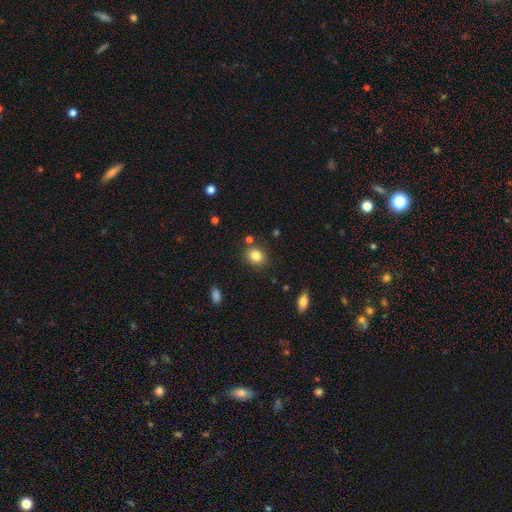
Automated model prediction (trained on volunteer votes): smooth 83%, star or artifact 10%, featured or disk 7%. Down the decision tree: how rounded — round (63%); merging — none (81%).